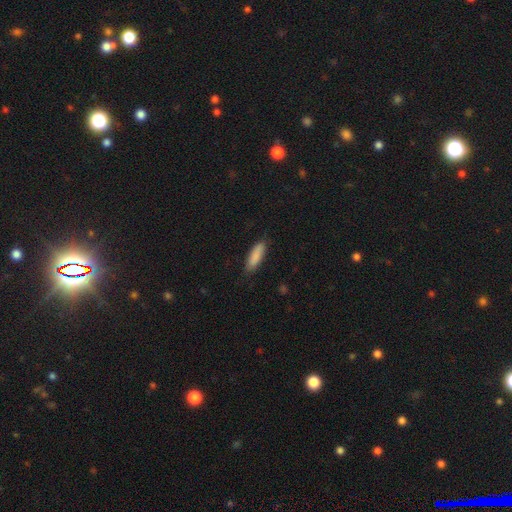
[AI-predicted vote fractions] This appears to be a smooth galaxy with no disk features (88%) that is cigar-shaped (55%). Merging: none (83%).